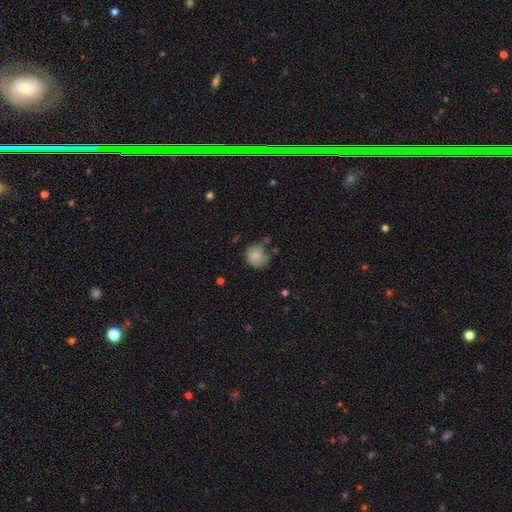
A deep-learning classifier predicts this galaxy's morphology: Overall: smooth (79%). How rounded: round (81%). Merging: none (54%; minor disturbance 30%).